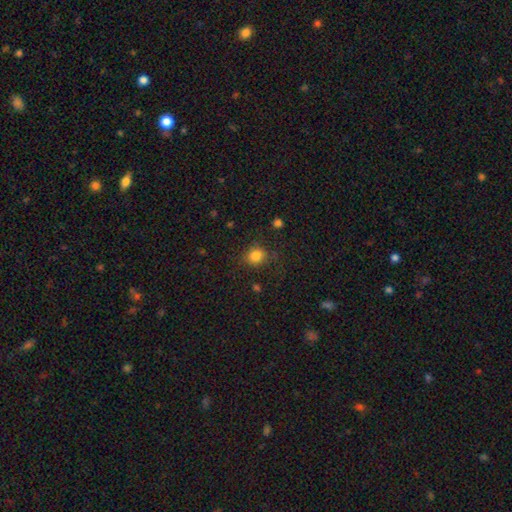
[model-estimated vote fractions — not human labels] smooth_or_featured: smooth (p=0.83) [alt: star or artifact p=0.12]
how_rounded: round (p=0.84) [alt: in between p=0.15]
merging: none (p=0.80) [alt: minor disturbance p=0.13]